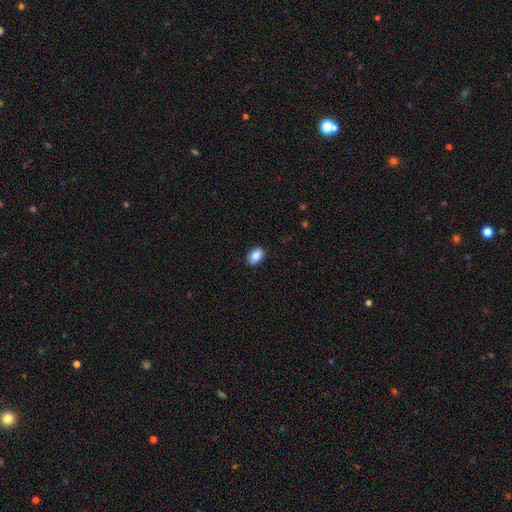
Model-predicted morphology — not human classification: smooth_or_featured: smooth (p=0.88) [alt: star or artifact p=0.08]
how_rounded: in between (p=0.86) [alt: round p=0.12]
merging: none (p=0.88) [alt: minor disturbance p=0.10]